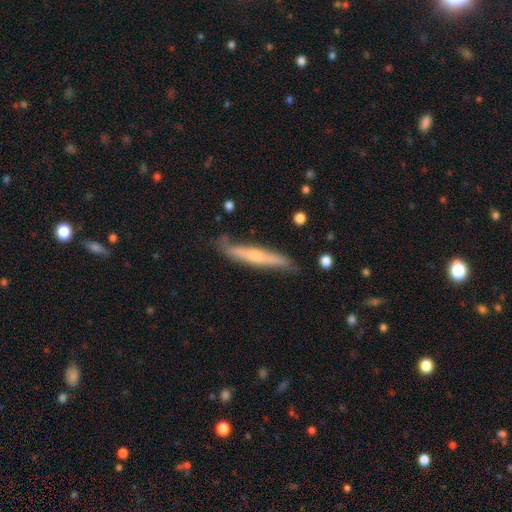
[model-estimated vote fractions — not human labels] Smooth or featured: featured or disk — 57% (smooth — 37%)
Edge-on disk: yes — 87% (no — 13%)
Merging: none — 73% (minor disturbance — 20%)